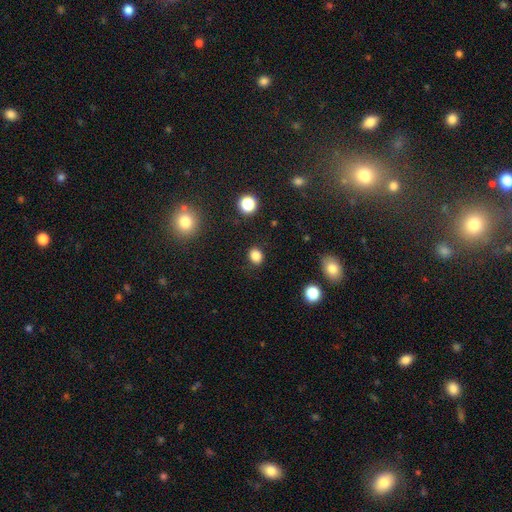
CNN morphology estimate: This appears to be a smooth galaxy with no disk features (84%) that is round (55%). Merging: none (86%).